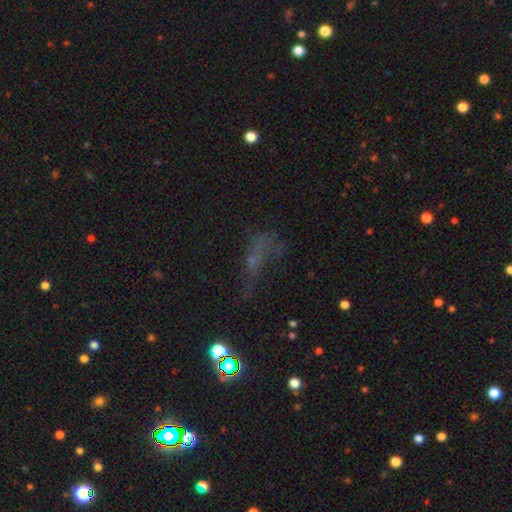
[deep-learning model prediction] The model was most divided on "smooth or featured": star or artifact: 36%, featured or disk: 33%, smooth: 32%.